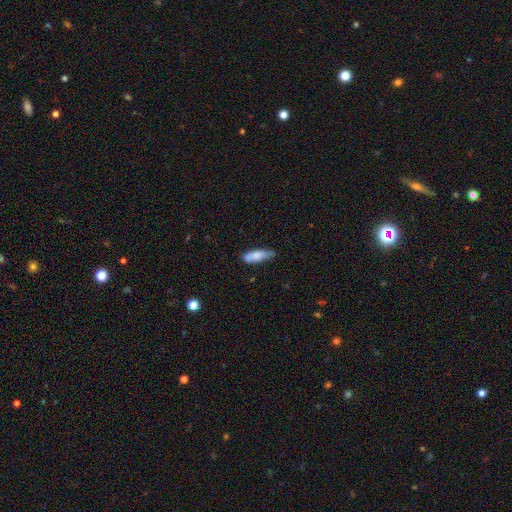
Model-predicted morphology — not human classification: type=smooth (78%); roundness=cigar-shaped (55%); merging=none (62%).